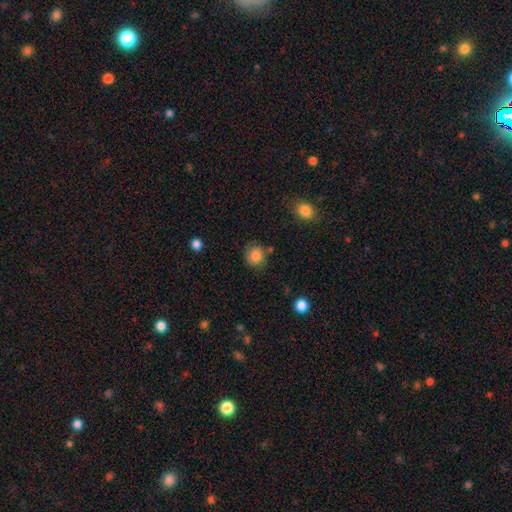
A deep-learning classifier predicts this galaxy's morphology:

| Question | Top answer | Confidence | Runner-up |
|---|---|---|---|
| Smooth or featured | smooth | 83% | star or artifact (9%) |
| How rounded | round | 85% | in between (14%) |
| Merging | none | 75% | minor disturbance (16%) |